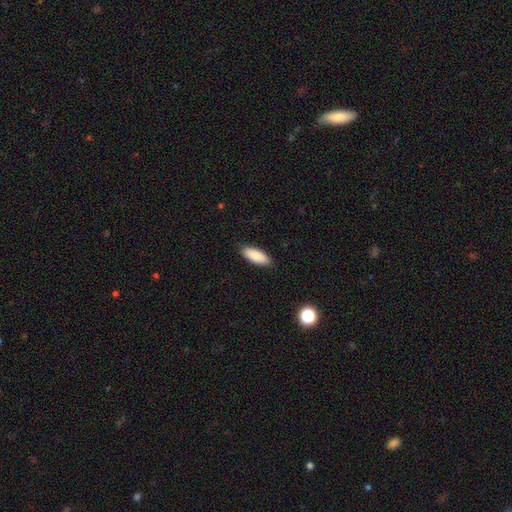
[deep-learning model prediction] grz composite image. It shows a smooth galaxy with no disk features (88%) that is in between round and cigar-shaped (76%). Merging: none (88%).